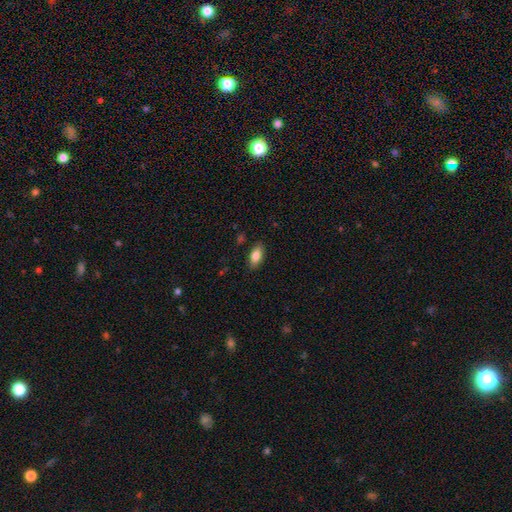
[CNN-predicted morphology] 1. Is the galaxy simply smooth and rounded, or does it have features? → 83% smooth, 10% featured or disk, 7% star or artifact.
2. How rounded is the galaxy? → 90% in between, 6% cigar-shaped, 4% round.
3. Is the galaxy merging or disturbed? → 86% none, 10% minor disturbance, 2% major disturbance, 1% merger.